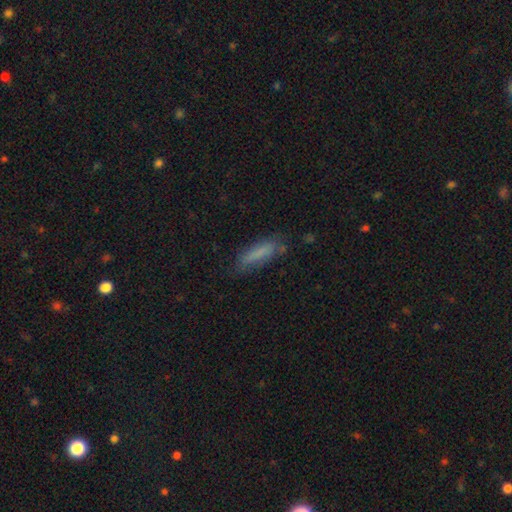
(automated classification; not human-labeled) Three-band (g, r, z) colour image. It shows a smooth galaxy with no disk features (75%) that is cigar-shaped (71%). Merging: none (72%).